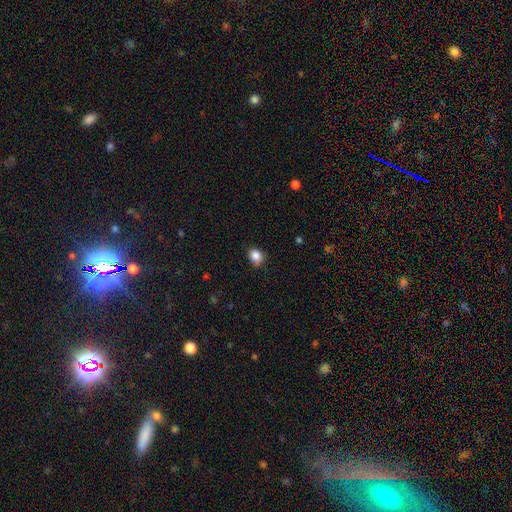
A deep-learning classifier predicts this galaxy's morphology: Q: Smooth or featured?
A: smooth (86%); runner-up: star or artifact (10%)
Q: How rounded?
A: in between (52%); runner-up: round (47%)
Q: Merging?
A: none (70%); runner-up: minor disturbance (24%)